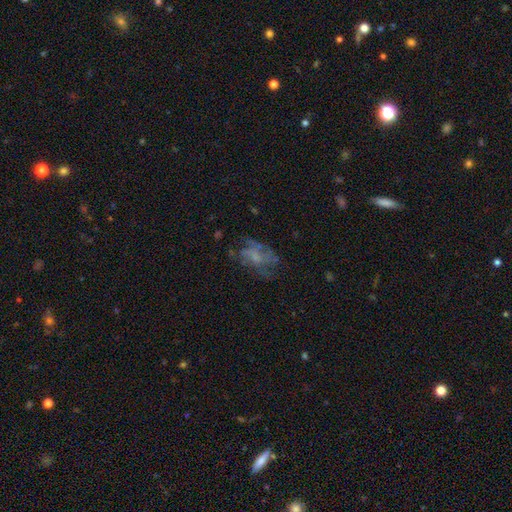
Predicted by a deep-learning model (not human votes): A featured or disk galaxy (55%) with no bar (75%), spiral arms (53%) and no central bulge (39%).

Vote fractions:
- Smooth or featured? featured or disk: 55% / smooth: 31% / star or artifact: 14%
- Edge-on disk? no: 97% / yes: 3%
- Bar? no: 75% / weak: 22% / strong: 3%
- Spiral arms? yes: 53% / no: 47%
- Bulge size? none: 39% / small: 36% / moderate: 21% / large: 3% / dominant: 1%
- Merging? none: 51% / major disturbance: 25% / minor disturbance: 22% / merger: 3%